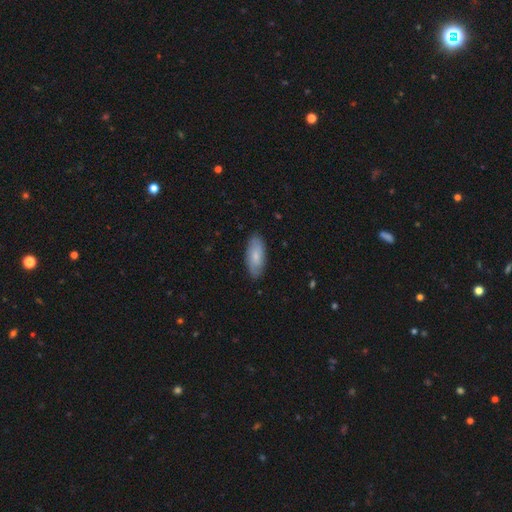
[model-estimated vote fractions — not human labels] A smooth galaxy with no disk features (71%) that is in between round and cigar-shaped (84%). Merging: none (85%).